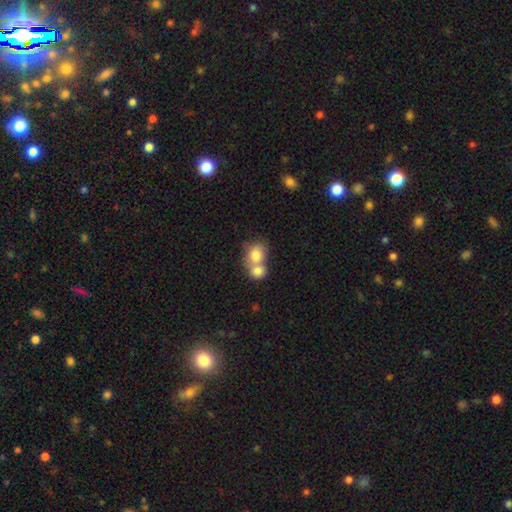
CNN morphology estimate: This appears to be a smooth galaxy with no disk features (78%) that is round (61%). Merging: merger (69%).